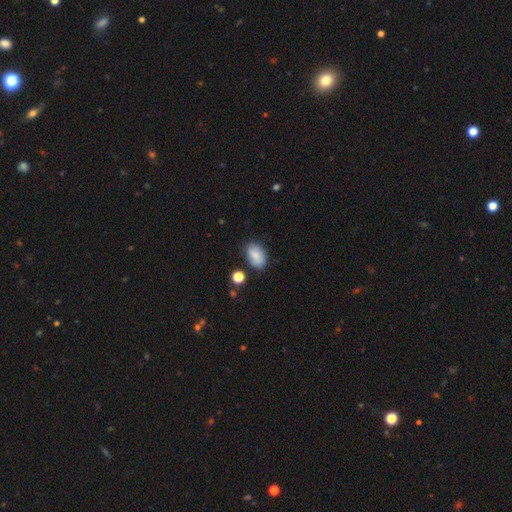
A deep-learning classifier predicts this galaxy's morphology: smooth_or_featured: smooth (p=0.78) [alt: featured or disk p=0.13]
how_rounded: in between (p=0.87) [alt: round p=0.12]
merging: none (p=0.73) [alt: minor disturbance p=0.19]